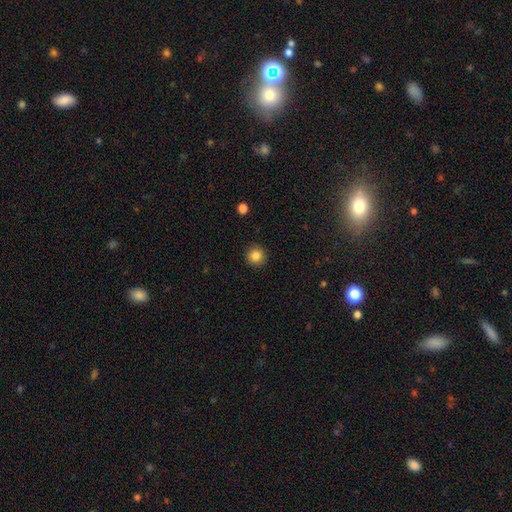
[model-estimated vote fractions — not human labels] Q: Smooth or featured?
A: smooth (84%); runner-up: star or artifact (11%)
Q: How rounded?
A: round (94%); runner-up: in between (5%)
Q: Merging?
A: none (92%); runner-up: minor disturbance (6%)